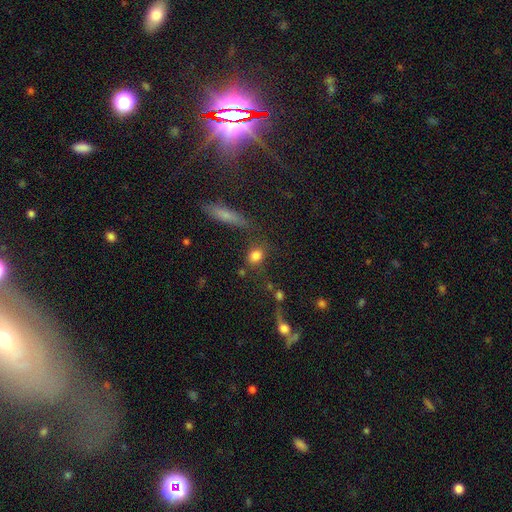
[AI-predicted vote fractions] Morphology: type=smooth (81%); roundness=round (55%); merging=none (71%).